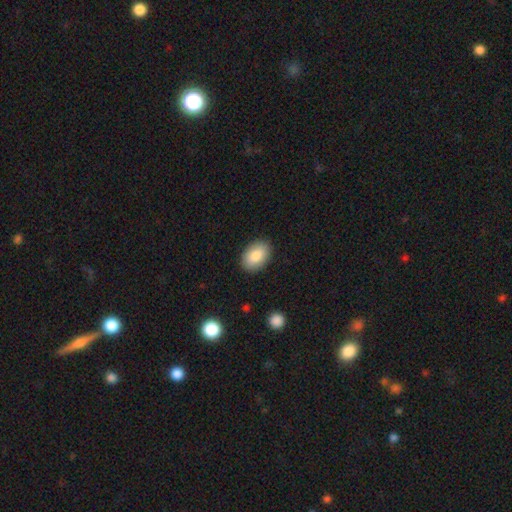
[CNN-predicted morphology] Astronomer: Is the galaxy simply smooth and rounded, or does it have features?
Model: smooth — 86%.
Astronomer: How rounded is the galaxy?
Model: in between — 90%.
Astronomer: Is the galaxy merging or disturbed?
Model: none — 89%.